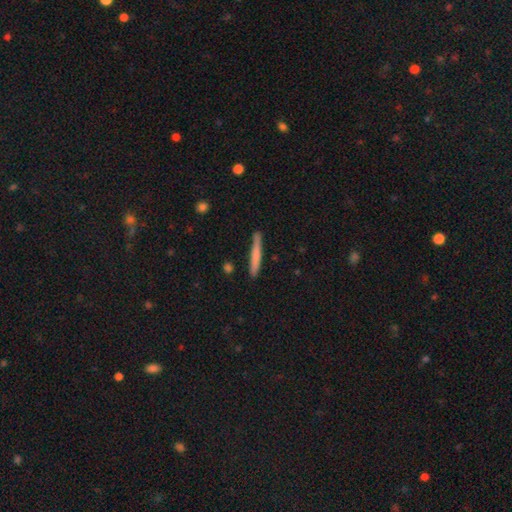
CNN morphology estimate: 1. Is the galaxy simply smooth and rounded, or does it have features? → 68% smooth, 26% featured or disk, 6% star or artifact.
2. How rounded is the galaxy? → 96% cigar-shaped, 3% in between, 1% round.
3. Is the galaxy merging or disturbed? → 82% none, 13% minor disturbance, 2% merger, 2% major disturbance.